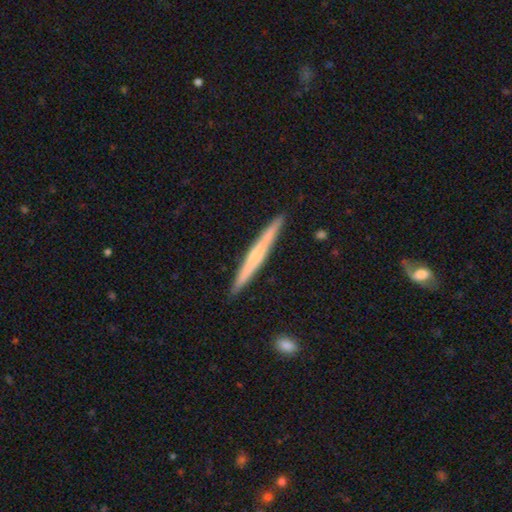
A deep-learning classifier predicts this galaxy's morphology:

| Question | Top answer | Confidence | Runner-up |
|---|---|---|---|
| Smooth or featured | featured or disk | 51% | smooth (44%) |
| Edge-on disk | yes | 97% | no (3%) |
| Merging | none | 90% | minor disturbance (7%) |